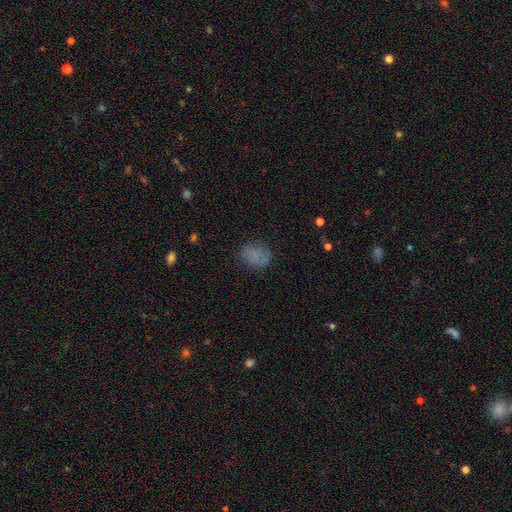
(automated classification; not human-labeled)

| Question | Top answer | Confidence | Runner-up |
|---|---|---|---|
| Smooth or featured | smooth | 75% | featured or disk (13%) |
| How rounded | in between | 58% | round (41%) |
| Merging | none | 72% | minor disturbance (19%) |